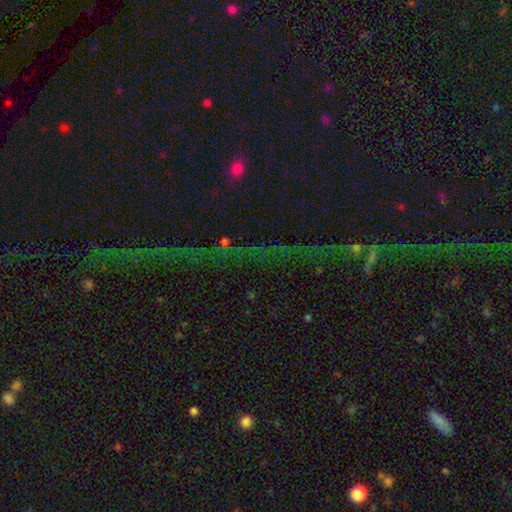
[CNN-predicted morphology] A star or artifact, not a galaxy (80%).

Vote fractions:
- Smooth or featured? star or artifact: 80% / featured or disk: 11% / smooth: 9%